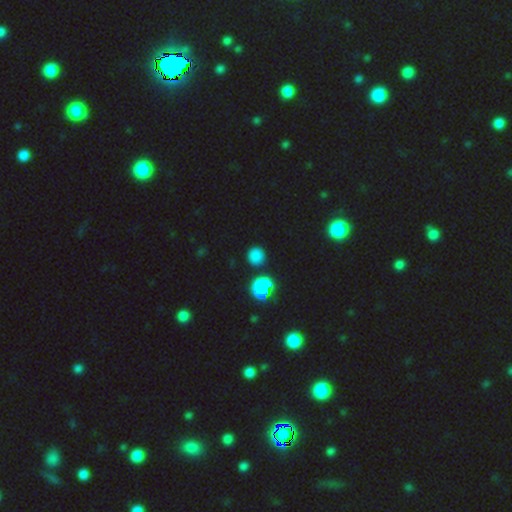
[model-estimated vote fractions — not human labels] Overall: smooth (72%). How rounded: round (91%). Merging: none (85%).